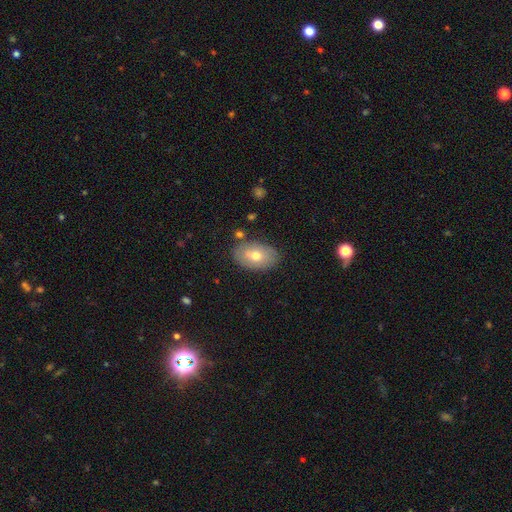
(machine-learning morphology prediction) The model was most divided on "smooth or featured": smooth: 66%, featured or disk: 27%, star or artifact: 7%. More confident: how rounded — in between (89%); merging — none (80%).